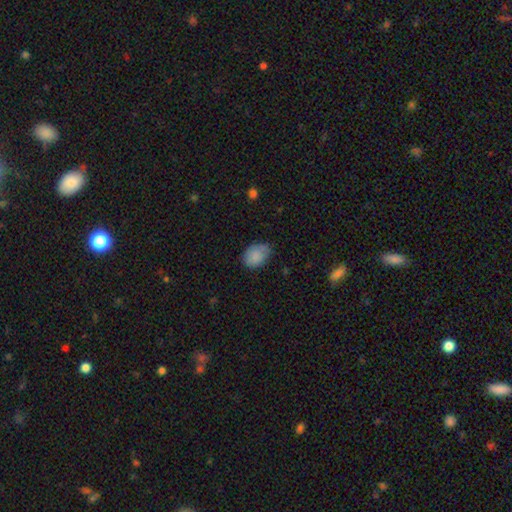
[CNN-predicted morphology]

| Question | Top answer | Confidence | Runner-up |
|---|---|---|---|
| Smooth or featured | smooth | 86% | star or artifact (7%) |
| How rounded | in between | 77% | round (22%) |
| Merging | none | 68% | minor disturbance (26%) |